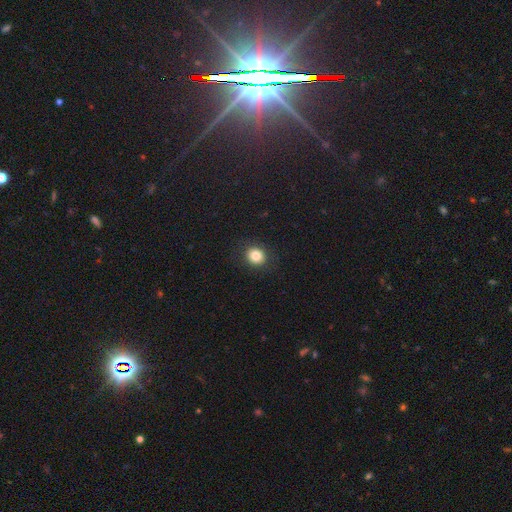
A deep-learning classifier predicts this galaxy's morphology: smooth-or-featured: smooth: 83% | star or artifact: 11% | featured or disk: 6%
  how-rounded: round: 79% | in between: 20% | cigar-shaped: 1%
  merging: none: 89% | minor disturbance: 7% | major disturbance: 3% | merger: 1%